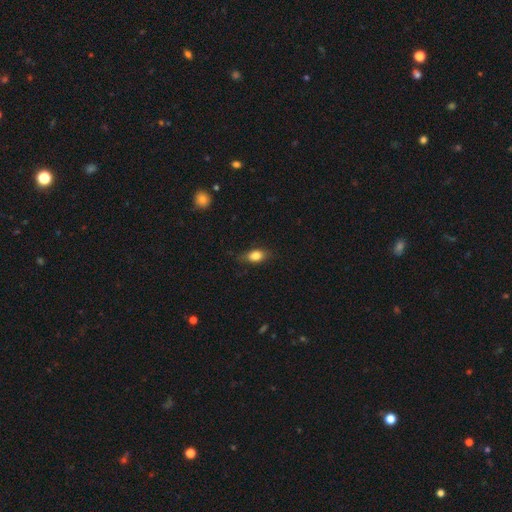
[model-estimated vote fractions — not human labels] The model was most divided on "merging": none: 73%, minor disturbance: 21%, major disturbance: 5%, merger: 1%. More confident: smooth or featured — smooth (82%); how rounded — in between (78%).